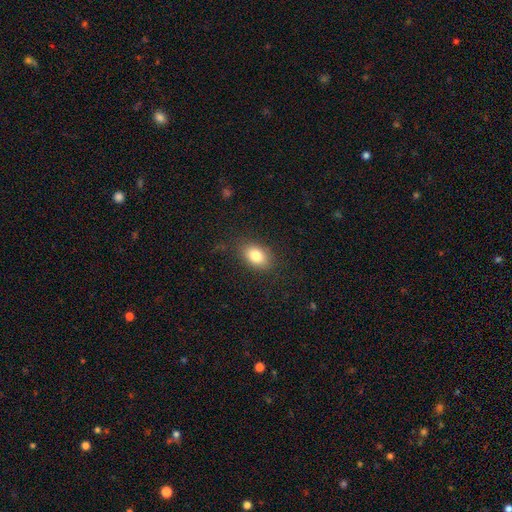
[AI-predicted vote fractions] Q: Smooth or featured?
A: smooth (81%); runner-up: featured or disk (10%)
Q: How rounded?
A: in between (84%); runner-up: round (15%)
Q: Merging?
A: none (83%); runner-up: minor disturbance (12%)